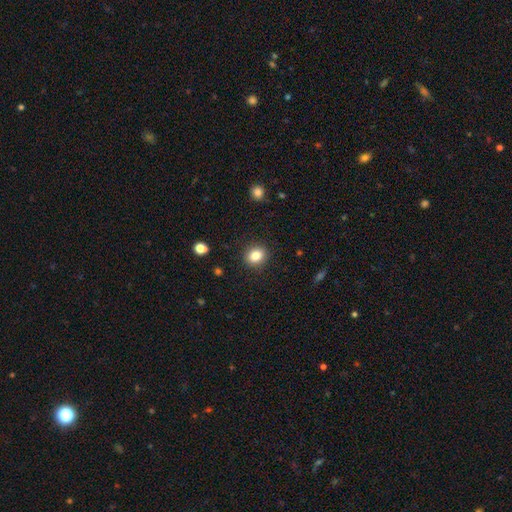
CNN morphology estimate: A smooth galaxy with no disk features (83%) that is round (67%). Merging: none (89%).